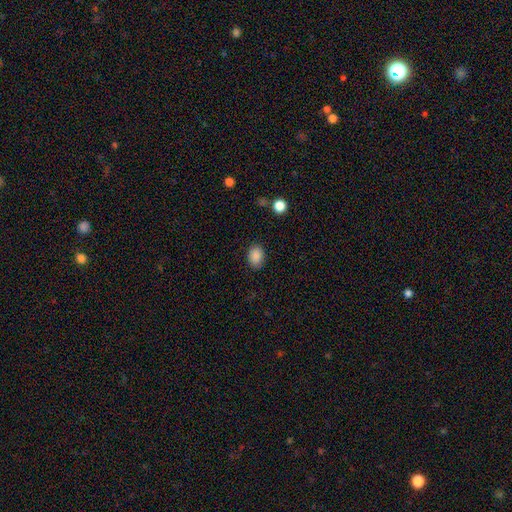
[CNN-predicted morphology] smooth-or-featured: smooth: 88% | star or artifact: 9% | featured or disk: 3%
  how-rounded: in between: 73% | round: 26% | cigar-shaped: 1%
  merging: none: 86% | minor disturbance: 10% | major disturbance: 3% | merger: 1%